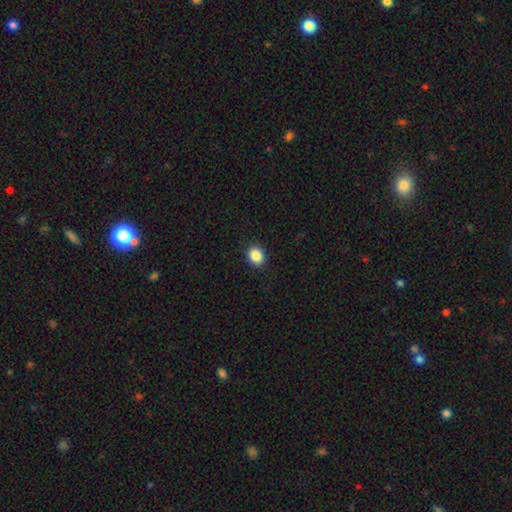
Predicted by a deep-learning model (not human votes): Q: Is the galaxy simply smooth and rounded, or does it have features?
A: smooth — 87%.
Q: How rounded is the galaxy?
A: round — 68%.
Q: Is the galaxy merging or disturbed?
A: none — 91%.